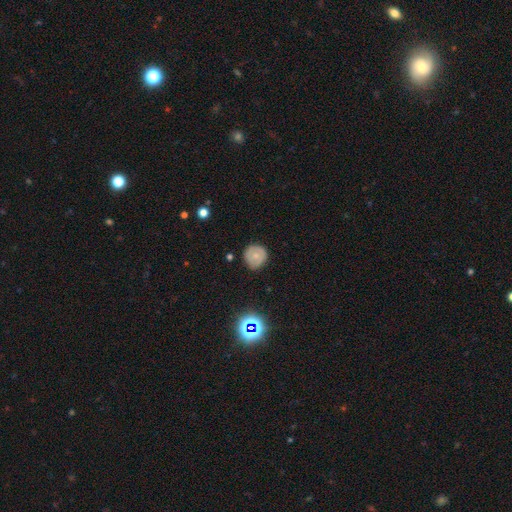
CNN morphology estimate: This is likely a smooth galaxy (62%). How rounded: clearly round (92%). Merging: clearly none (81%).